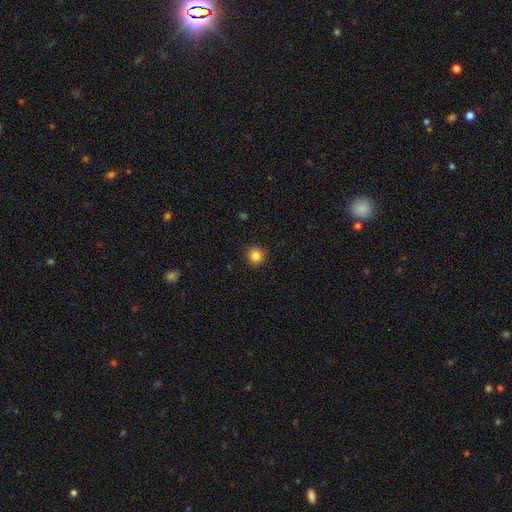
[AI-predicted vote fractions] smooth-or-featured: smooth: 85% | star or artifact: 11% | featured or disk: 4%
  how-rounded: round: 93% | in between: 6% | cigar-shaped: 1%
  merging: none: 91% | minor disturbance: 6% | major disturbance: 2% | merger: 1%